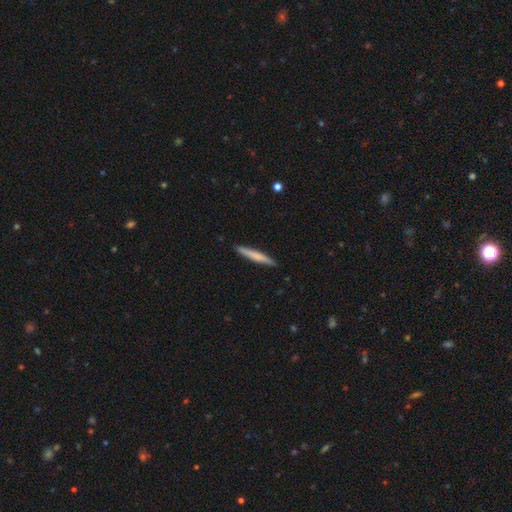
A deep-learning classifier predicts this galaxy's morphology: smooth 65%, featured or disk 30%, star or artifact 5%. Down the decision tree: how rounded — cigar-shaped (95%); merging — none (90%).